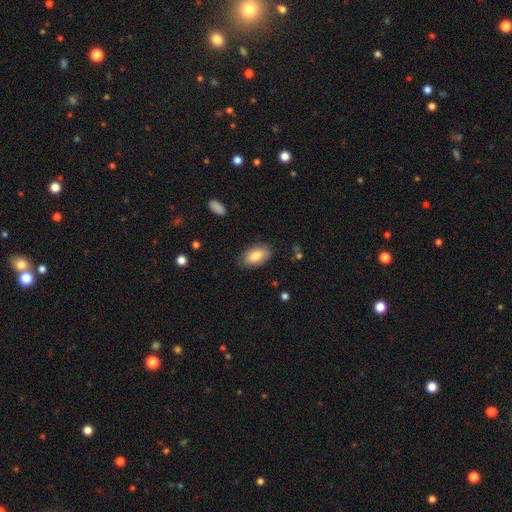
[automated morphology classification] Overall: smooth (82%). How rounded: in between (93%). Merging: none (83%).